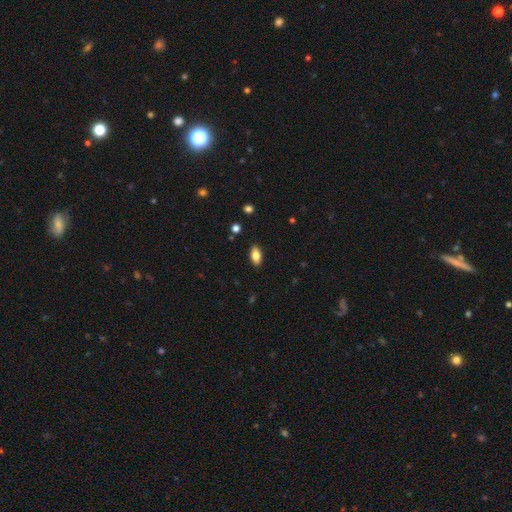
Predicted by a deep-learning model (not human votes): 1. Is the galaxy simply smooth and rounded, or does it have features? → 82% smooth, 11% featured or disk, 8% star or artifact.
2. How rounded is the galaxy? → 91% in between, 6% cigar-shaped, 3% round.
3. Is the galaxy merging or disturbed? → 89% none, 8% minor disturbance, 2% major disturbance, 1% merger.